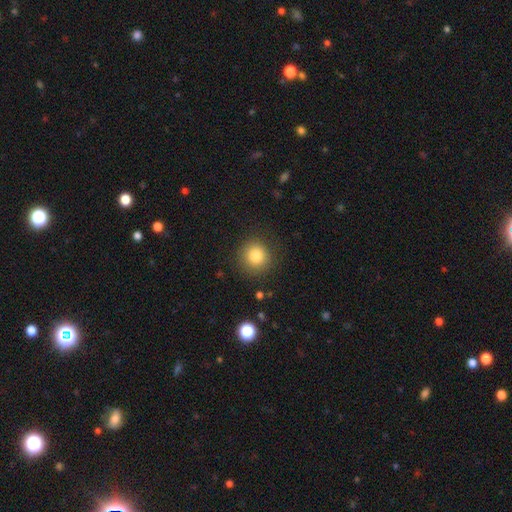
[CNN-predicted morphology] type=smooth (82%); roundness=round (93%); merging=none (87%).